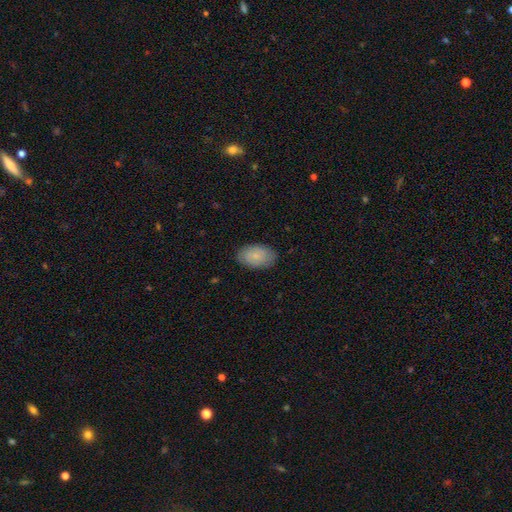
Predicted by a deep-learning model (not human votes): Smooth or featured? smooth (82%)
How rounded? in between (93%)
Merging? none (85%)